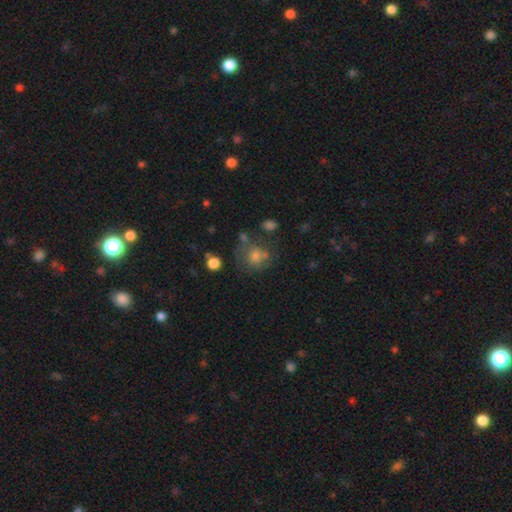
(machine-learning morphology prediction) Smooth or featured? Predicted: smooth (p=0.56). How rounded? Predicted: round (p=0.74). Merging? Predicted: none (p=0.52).